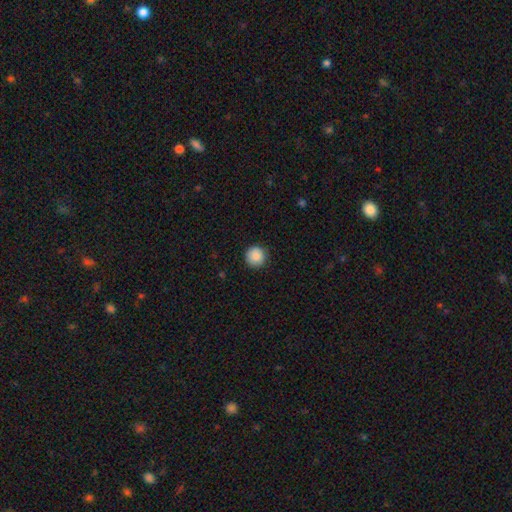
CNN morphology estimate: Overall: smooth (89%). How rounded: round (95%). Merging: none (90%).